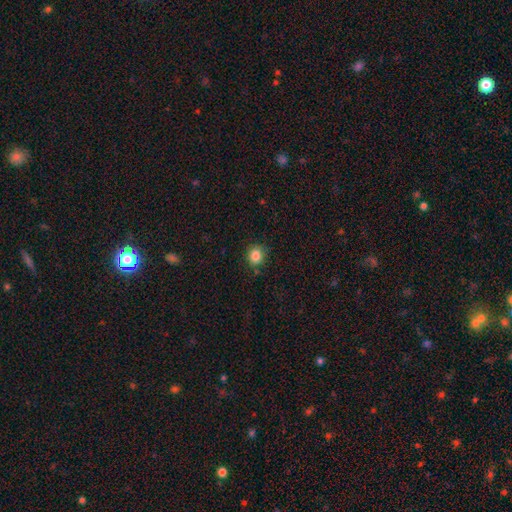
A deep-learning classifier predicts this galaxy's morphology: smooth_or_featured: smooth (p=0.84) [alt: star or artifact p=0.11]
how_rounded: round (p=0.77) [alt: in between p=0.22]
merging: none (p=0.84) [alt: minor disturbance p=0.11]